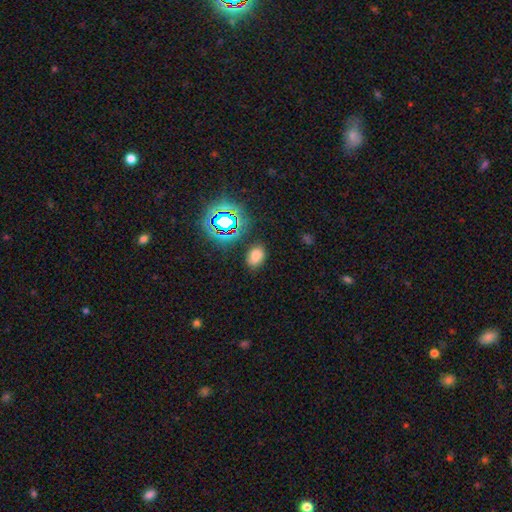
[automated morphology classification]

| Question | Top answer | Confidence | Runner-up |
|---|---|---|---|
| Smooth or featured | smooth | 71% | star or artifact (22%) |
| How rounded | in between | 80% | round (19%) |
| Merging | none | 80% | minor disturbance (13%) |